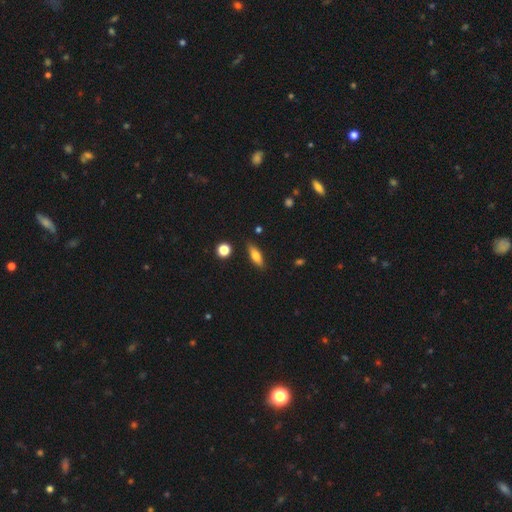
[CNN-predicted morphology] Smooth or featured?
  - smooth: 65% *
  - featured or disk: 27%
  - star or artifact: 8%
How rounded?
  - in between: 56% *
  - cigar-shaped: 40%
  - round: 4%
Merging?
  - none: 85% *
  - minor disturbance: 10%
  - major disturbance: 2%
  - merger: 2%